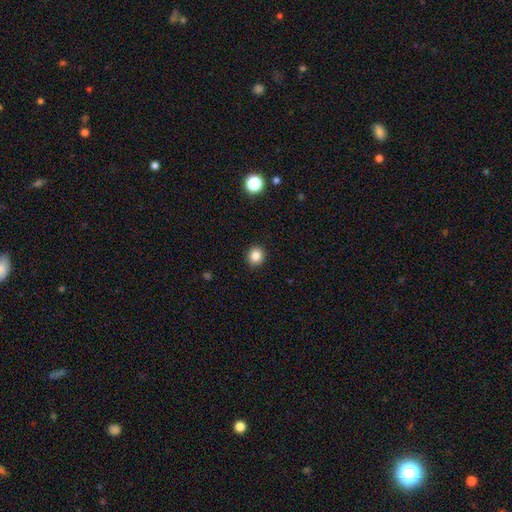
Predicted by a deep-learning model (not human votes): smooth 84%, star or artifact 11%, featured or disk 5%. Down the decision tree: how rounded — round (85%); merging — none (92%).